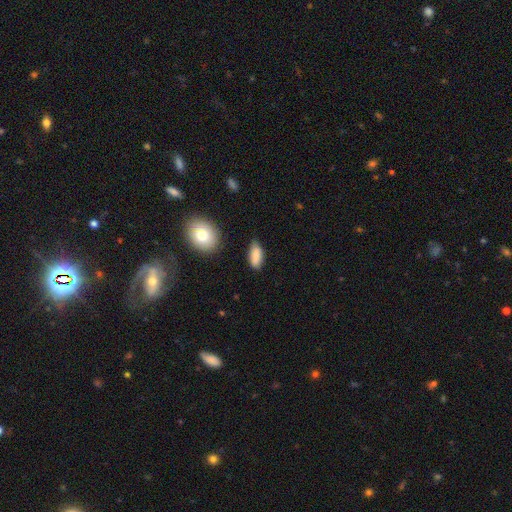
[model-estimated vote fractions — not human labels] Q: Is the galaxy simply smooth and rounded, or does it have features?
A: smooth — 86%.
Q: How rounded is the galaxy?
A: in between — 85%.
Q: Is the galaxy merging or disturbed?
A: none — 74%.